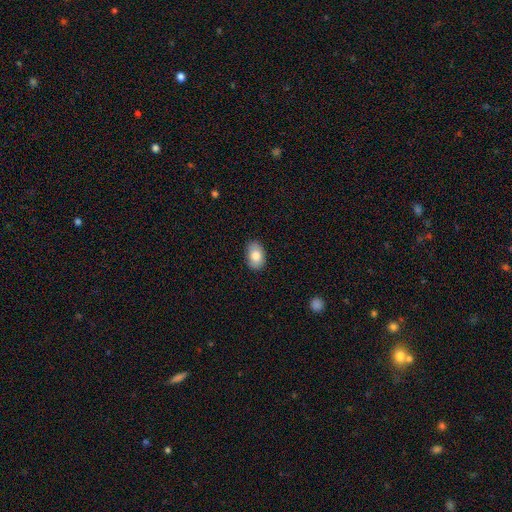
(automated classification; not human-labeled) Smooth or featured? Predicted: smooth (p=0.83). How rounded? Predicted: in between (p=0.88). Merging? Predicted: none (p=0.87).